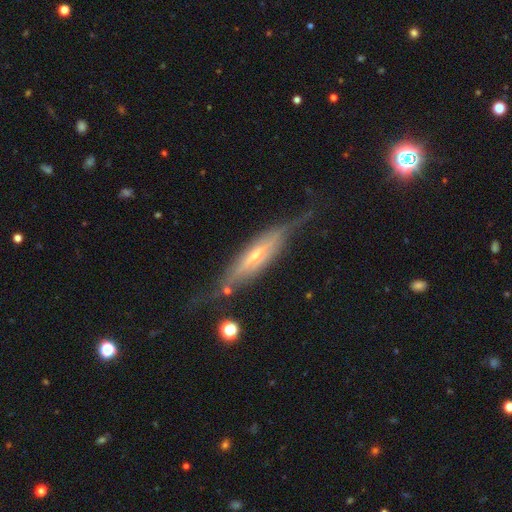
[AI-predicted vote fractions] smooth_or_featured: featured or disk (p=0.77) [alt: smooth p=0.17]
disk_edge_on: yes (p=0.89) [alt: no p=0.11]
edge_on_bulge: rounded (p=0.62) [alt: none p=0.21]
merging: none (p=0.68) [alt: minor disturbance p=0.21]